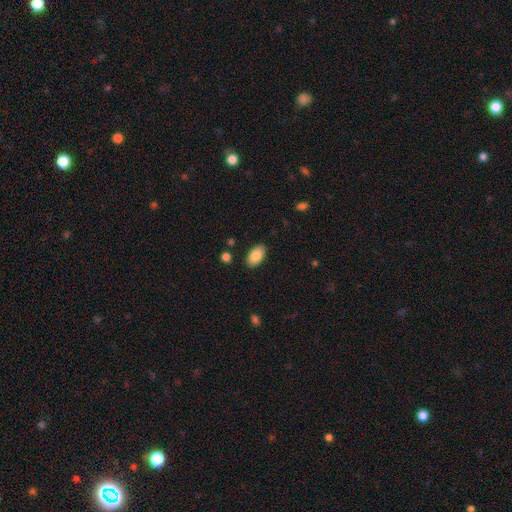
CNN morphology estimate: Smooth or featured? Predicted: smooth (p=0.85). How rounded? Predicted: in between (p=0.95). Merging? Predicted: none (p=0.87).